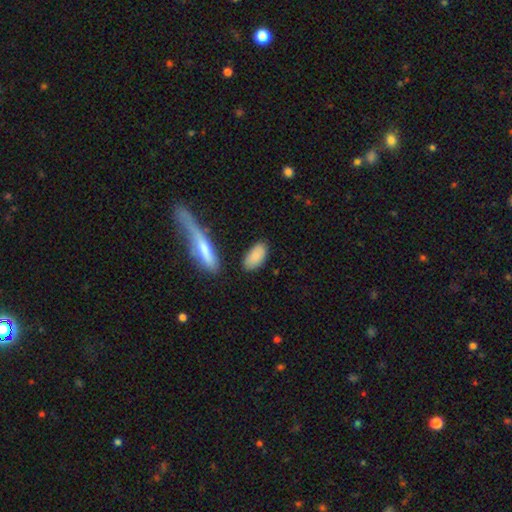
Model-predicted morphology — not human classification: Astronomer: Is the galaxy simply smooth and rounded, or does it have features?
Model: smooth — 86%.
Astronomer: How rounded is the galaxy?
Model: in between — 90%.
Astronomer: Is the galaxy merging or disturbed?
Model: none — 78%.